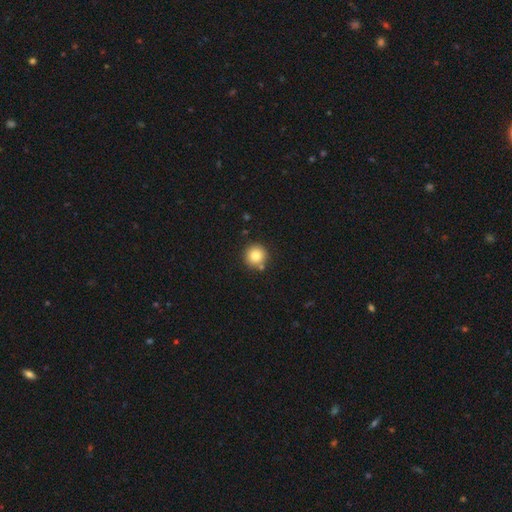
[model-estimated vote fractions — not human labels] Overall: smooth (83%). How rounded: round (95%). Merging: none (83%).